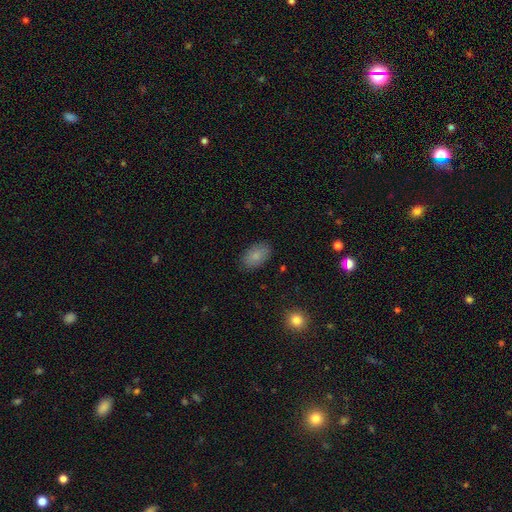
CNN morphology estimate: Smooth or featured: smooth — 85% (star or artifact — 8%)
How rounded: in between — 92% (round — 7%)
Merging: none — 86% (minor disturbance — 11%)